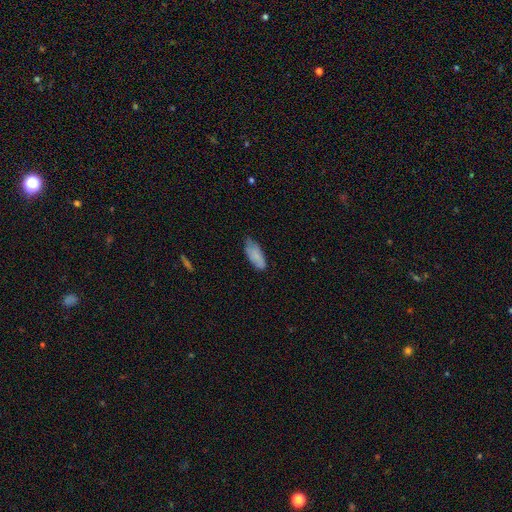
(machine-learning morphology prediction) This is clearly a smooth galaxy (82%). How rounded: clearly in between (81%). Merging: likely none (61%).